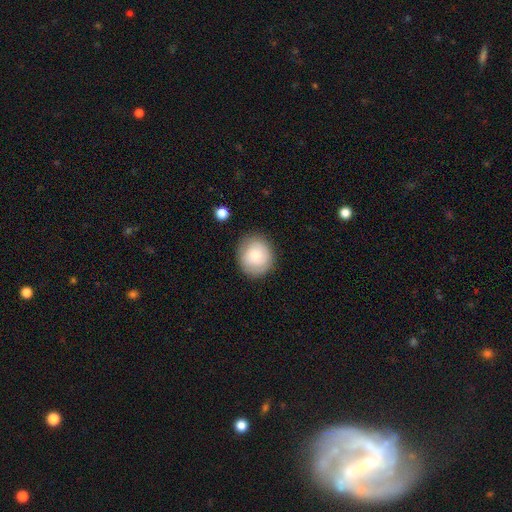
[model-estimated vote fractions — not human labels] A smooth galaxy with no disk features (74%) that is round (81%).

Vote fractions:
- Smooth or featured? smooth: 74% / featured or disk: 19% / star or artifact: 8%
- How rounded? round: 81% / in between: 18% / cigar-shaped: 1%
- Merging? none: 83% / minor disturbance: 12% / major disturbance: 4% / merger: 1%